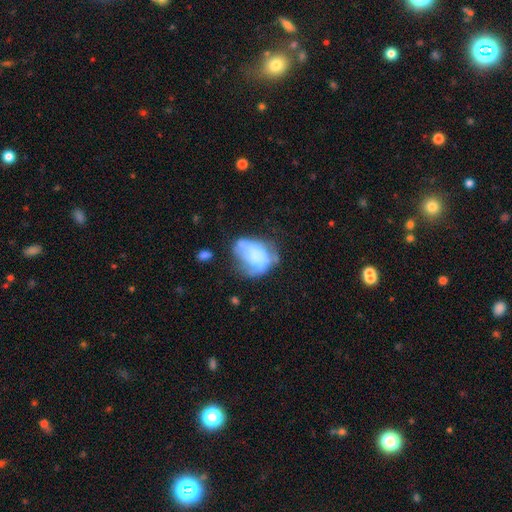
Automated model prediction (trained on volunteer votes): smooth_or_featured: smooth (p=0.47) [alt: featured or disk p=0.44]
merging: major disturbance (p=0.31) [alt: none p=0.28]